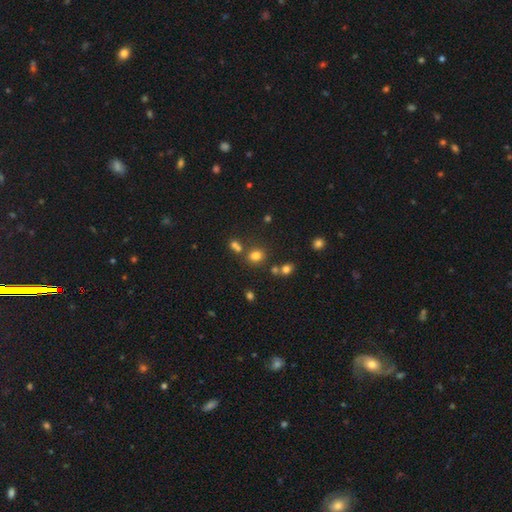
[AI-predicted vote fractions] Smooth or featured? smooth (74%)
How rounded? round (69%)
Merging? none (69%)